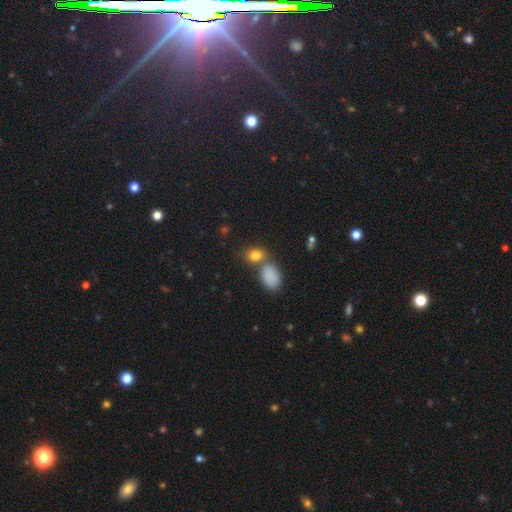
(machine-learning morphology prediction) smooth_or_featured: smooth (p=0.81) [alt: star or artifact p=0.12]
how_rounded: in between (p=0.71) [alt: round p=0.27]
merging: none (p=0.51) [alt: merger p=0.34]